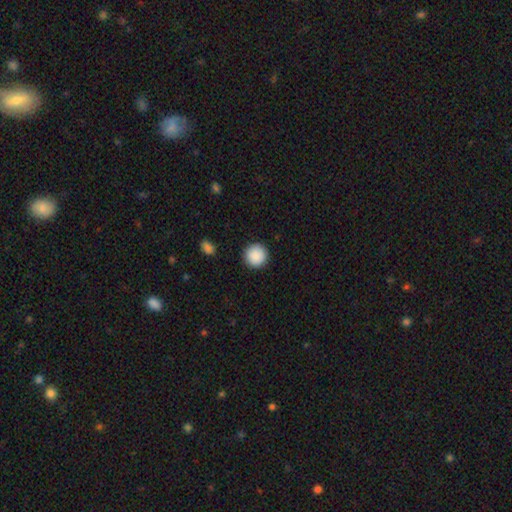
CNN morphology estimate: smooth-or-featured: smooth: 90% | star or artifact: 8% | featured or disk: 3%
  how-rounded: round: 95% | in between: 4% | cigar-shaped: 1%
  merging: none: 92% | minor disturbance: 5% | major disturbance: 2% | merger: 1%